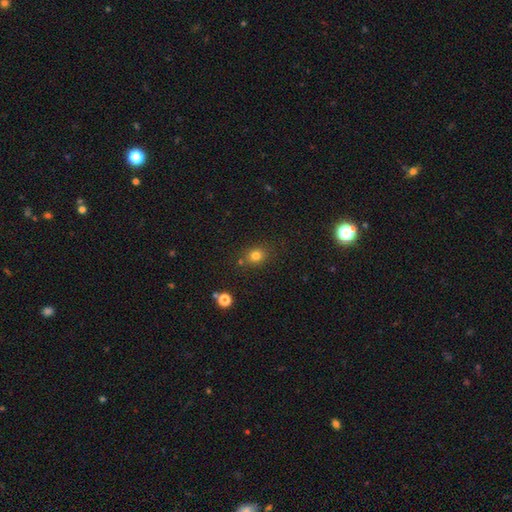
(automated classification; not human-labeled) Overall: smooth (79%). How rounded: round (64%; in between 35%). Merging: none (77%).